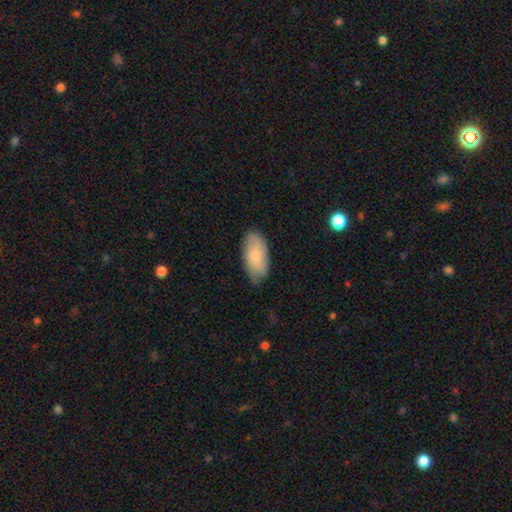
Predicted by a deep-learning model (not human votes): Smooth or featured? smooth (70%)
How rounded? in between (93%)
Merging? none (73%)